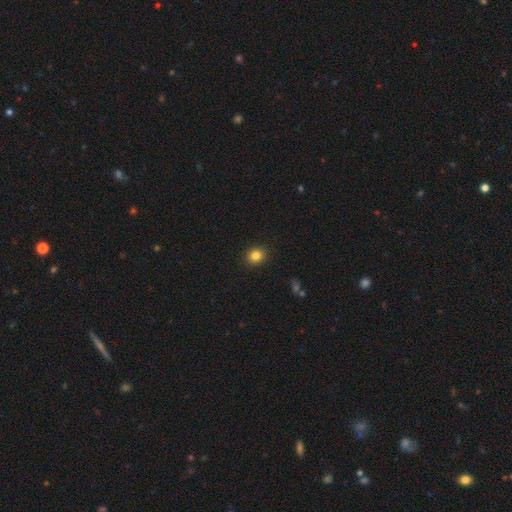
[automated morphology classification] smooth_or_featured: smooth (p=0.84) [alt: star or artifact p=0.11]
how_rounded: round (p=0.75) [alt: in between p=0.24]
merging: none (p=0.91) [alt: minor disturbance p=0.06]